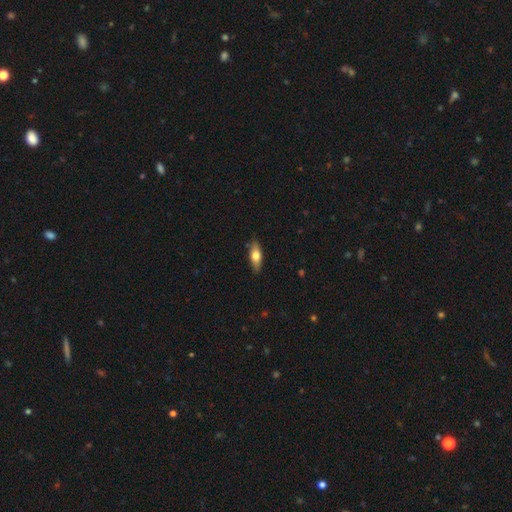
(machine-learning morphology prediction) This appears to be a smooth galaxy with no disk features (64%) that is in between round and cigar-shaped (65%). Merging: none (86%).